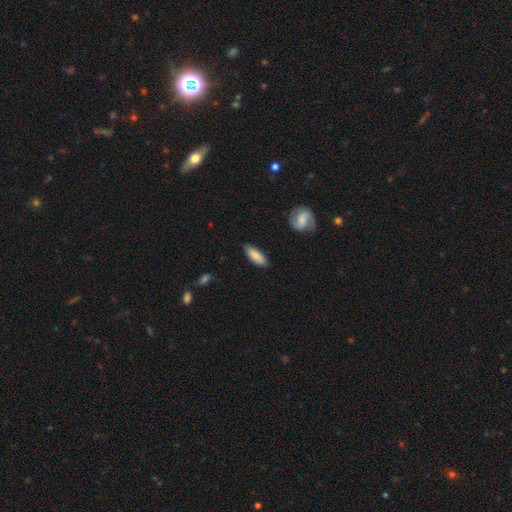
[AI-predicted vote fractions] Q: Smooth or featured?
A: smooth (84%); runner-up: featured or disk (10%)
Q: How rounded?
A: in between (72%); runner-up: cigar-shaped (26%)
Q: Merging?
A: none (84%); runner-up: minor disturbance (12%)